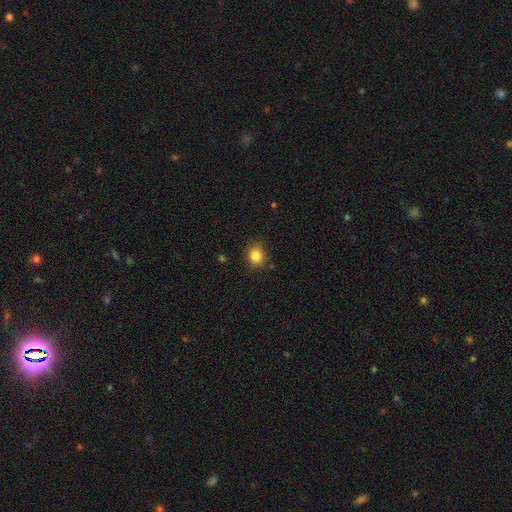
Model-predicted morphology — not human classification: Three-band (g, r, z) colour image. It shows a smooth galaxy with no disk features (85%) that is round (72%). Merging: none (82%).